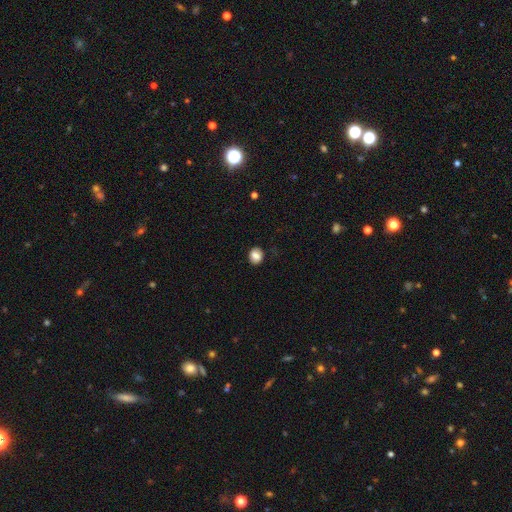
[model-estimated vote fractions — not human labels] The model was most divided on "how rounded": round: 56%, in between: 43%, cigar-shaped: 1%. More confident: smooth or featured — smooth (80%); merging — none (79%).